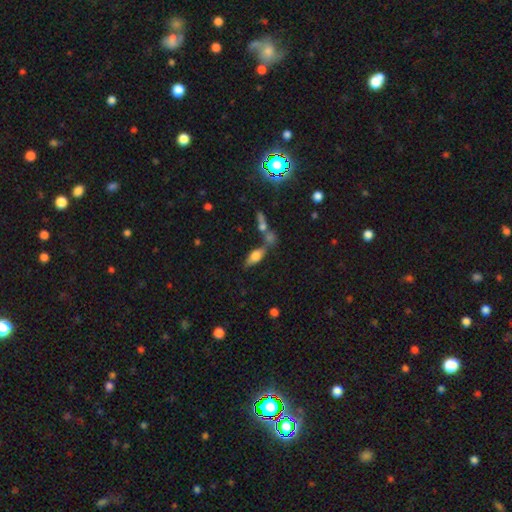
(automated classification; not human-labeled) Q: Smooth or featured?
A: smooth (64%); runner-up: featured or disk (27%)
Q: How rounded?
A: in between (74%); runner-up: cigar-shaped (21%)
Q: Merging?
A: none (51%); runner-up: merger (30%)